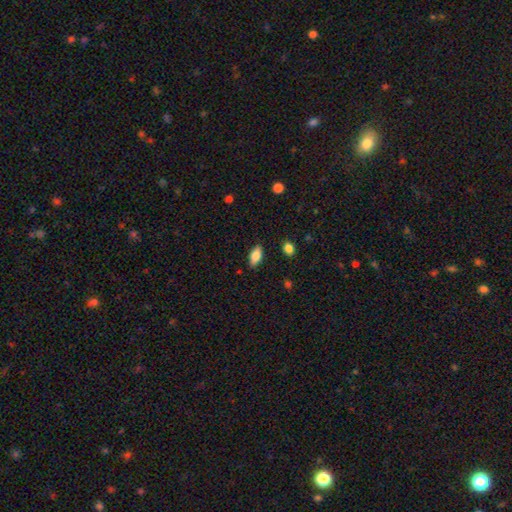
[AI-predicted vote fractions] smooth 80%, featured or disk 13%, star or artifact 7%. Down the decision tree: how rounded — in between (86%); merging — none (86%).